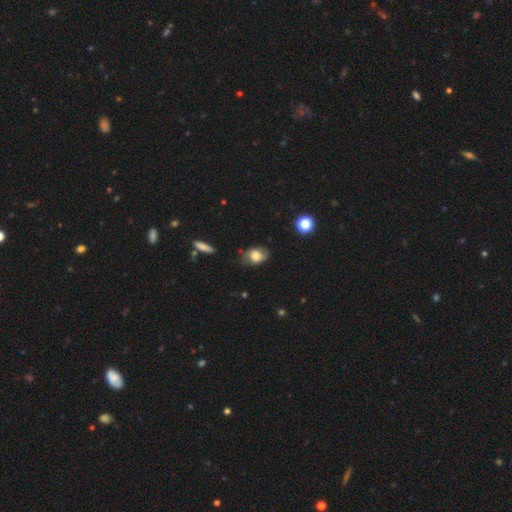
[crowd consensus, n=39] smooth 69%, featured or disk 23%, star or artifact 8%. Down the decision tree: how rounded — in between (70%); merging — none (81%).